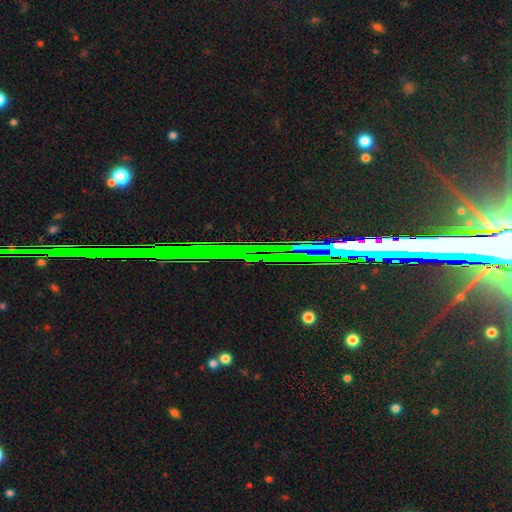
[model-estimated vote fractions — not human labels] Smooth or featured? Predicted: star or artifact (p=0.79).